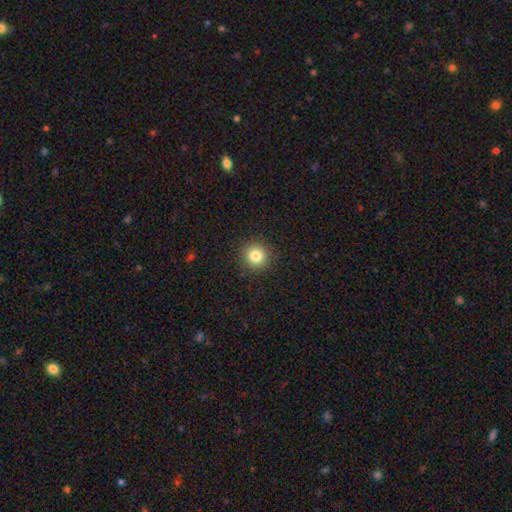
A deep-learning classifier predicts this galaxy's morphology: Smooth or featured? smooth (82%)
How rounded? round (94%)
Merging? none (91%)